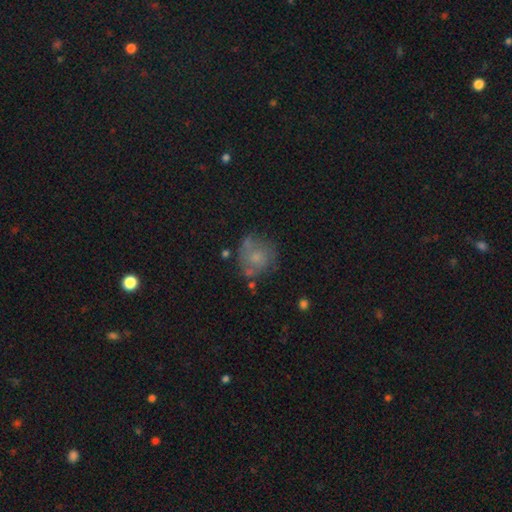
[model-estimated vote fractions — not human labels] This appears to be a smooth galaxy with no disk features (55%) that is round (80%). Merging: none (55%).